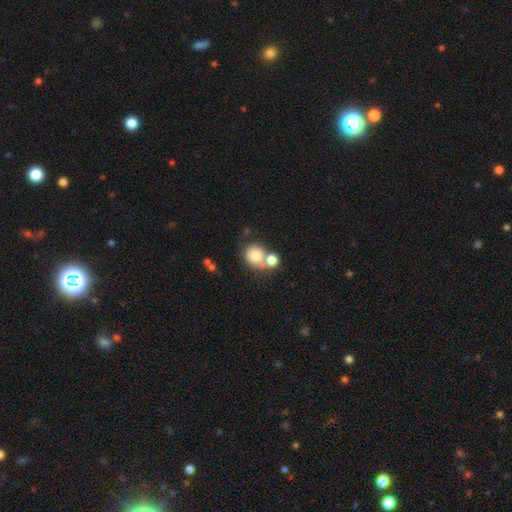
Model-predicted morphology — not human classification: smooth-or-featured: smooth: 76% | featured or disk: 13% | star or artifact: 11%
  how-rounded: round: 81% | in between: 18% | cigar-shaped: 1%
  merging: none: 47% | merger: 39% | minor disturbance: 10% | major disturbance: 4%